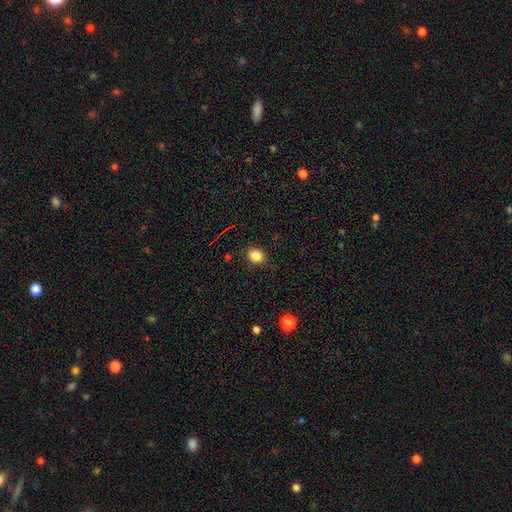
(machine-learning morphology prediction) smooth-or-featured: smooth: 83% | star or artifact: 12% | featured or disk: 5%
  how-rounded: round: 58% | in between: 41% | cigar-shaped: 1%
  merging: none: 88% | minor disturbance: 9% | major disturbance: 2% | merger: 1%